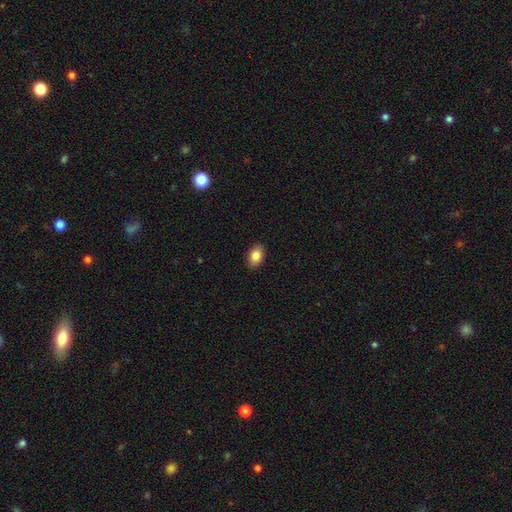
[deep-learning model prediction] Morphology: type=smooth (85%); roundness=in between (87%); merging=none (89%).